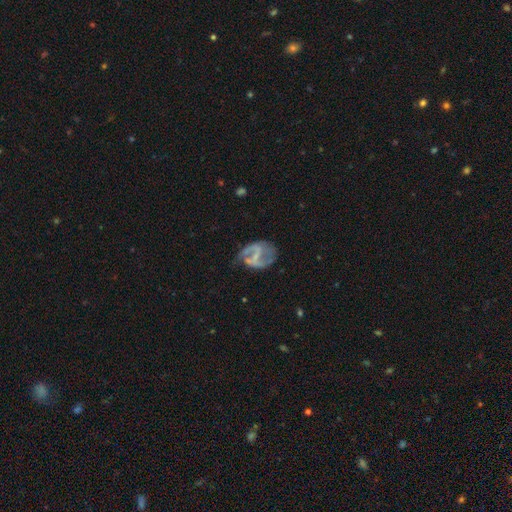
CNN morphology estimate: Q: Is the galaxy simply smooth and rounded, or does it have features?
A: featured or disk — 79%.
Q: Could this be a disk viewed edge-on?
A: no — 98%.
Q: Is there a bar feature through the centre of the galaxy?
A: weak — 44%.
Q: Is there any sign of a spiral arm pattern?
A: yes — 83%.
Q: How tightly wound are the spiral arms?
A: medium — 44%.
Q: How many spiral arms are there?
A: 2 — 81%.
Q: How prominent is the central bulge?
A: small — 42%, tied with none.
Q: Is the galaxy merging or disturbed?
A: none — 52%.